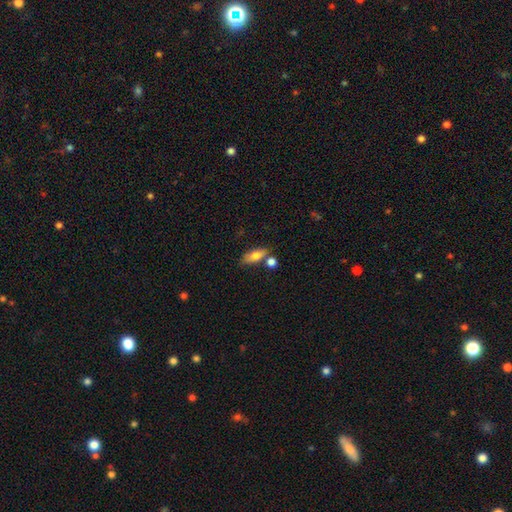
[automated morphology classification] type=smooth (76%); roundness=in between (77%); merging=none (63%).